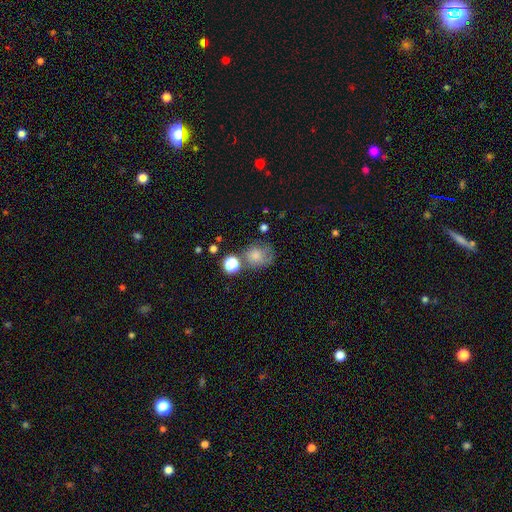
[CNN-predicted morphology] type=smooth (70%); roundness=round (70%); merging=none (46%).